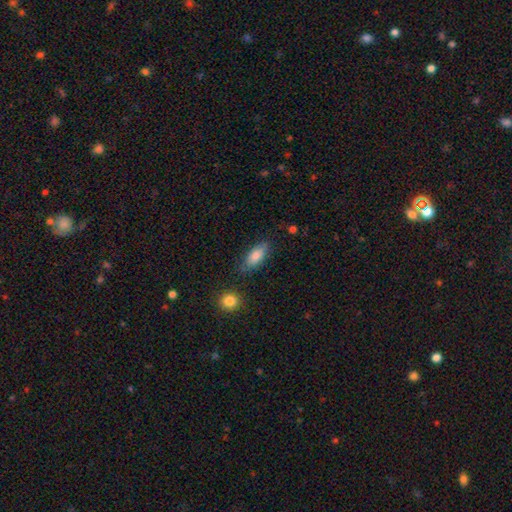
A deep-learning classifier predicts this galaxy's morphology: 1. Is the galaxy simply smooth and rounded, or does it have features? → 83% smooth, 9% featured or disk, 7% star or artifact.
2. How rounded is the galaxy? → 80% in between, 17% cigar-shaped, 3% round.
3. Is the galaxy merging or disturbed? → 76% none, 16% minor disturbance, 4% merger, 4% major disturbance.